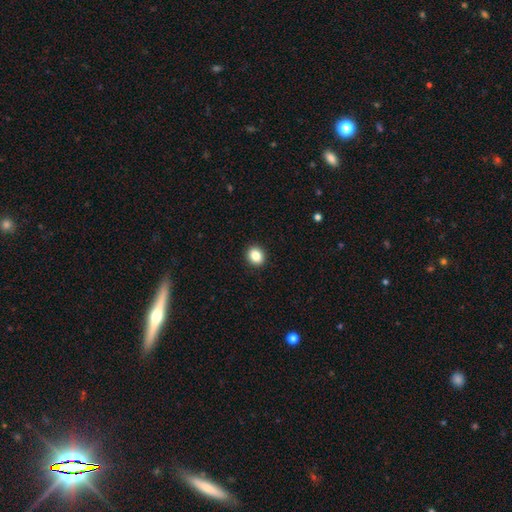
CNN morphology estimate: Smooth or featured?
  - smooth: 86% *
  - star or artifact: 9%
  - featured or disk: 5%
How rounded?
  - round: 64% *
  - in between: 35%
  - cigar-shaped: 1%
Merging?
  - none: 92% *
  - minor disturbance: 5%
  - major disturbance: 2%
  - merger: 1%